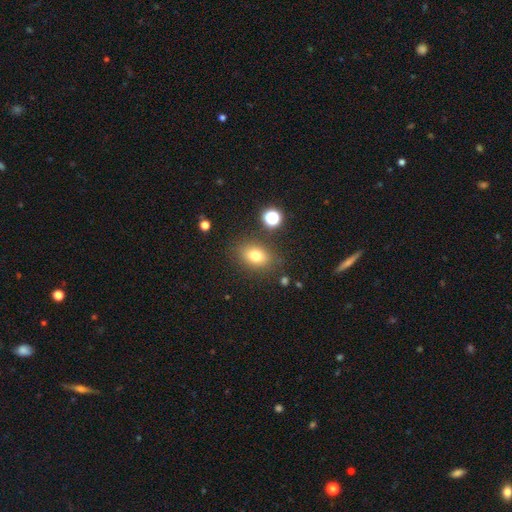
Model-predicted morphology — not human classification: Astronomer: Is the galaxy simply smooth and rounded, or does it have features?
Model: smooth — 77%.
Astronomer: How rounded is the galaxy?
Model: in between — 72%.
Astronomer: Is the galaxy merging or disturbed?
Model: none — 81%.